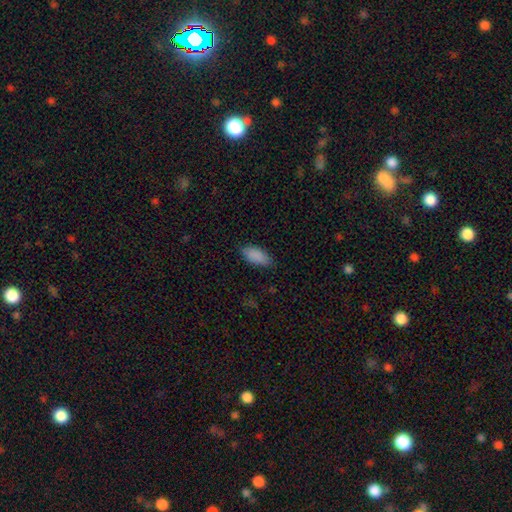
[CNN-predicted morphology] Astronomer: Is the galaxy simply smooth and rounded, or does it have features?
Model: smooth — 89%.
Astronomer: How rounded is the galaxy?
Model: in between — 87%.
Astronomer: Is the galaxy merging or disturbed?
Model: none — 80%.